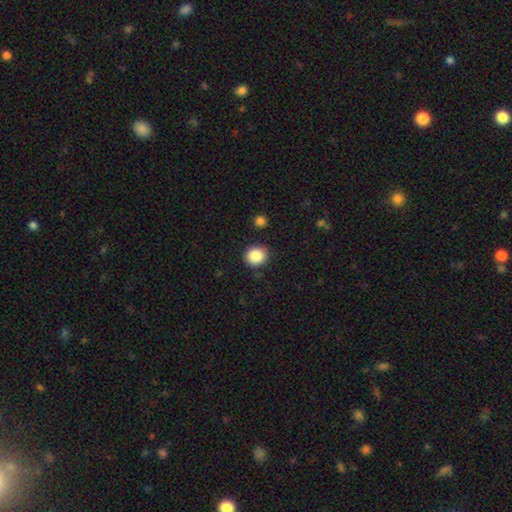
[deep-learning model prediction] smooth 86%, star or artifact 9%, featured or disk 4%. Down the decision tree: how rounded — round (82%); merging — none (87%).